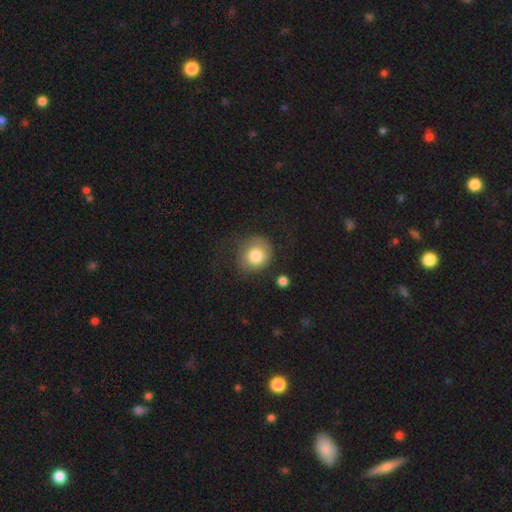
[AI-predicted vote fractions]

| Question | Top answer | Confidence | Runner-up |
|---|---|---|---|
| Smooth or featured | smooth | 78% | featured or disk (14%) |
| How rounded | round | 80% | in between (19%) |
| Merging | none | 60% | minor disturbance (21%) |